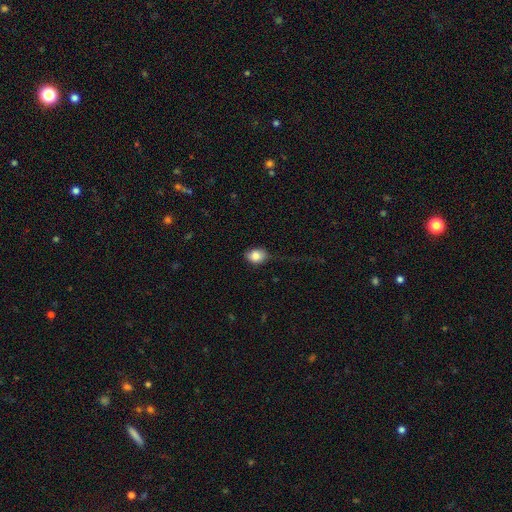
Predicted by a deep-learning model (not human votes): smooth_or_featured: smooth (p=0.83) [alt: featured or disk p=0.08]
how_rounded: in between (p=0.64) [alt: round p=0.35]
merging: none (p=0.65) [alt: minor disturbance p=0.23]